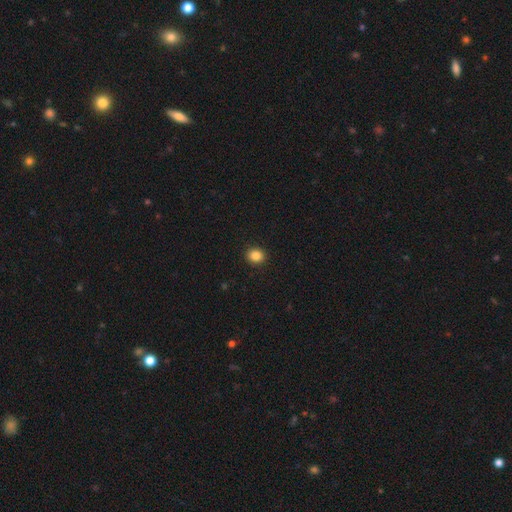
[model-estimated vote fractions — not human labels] smooth-or-featured: smooth: 86% | star or artifact: 10% | featured or disk: 4%
  how-rounded: round: 74% | in between: 25% | cigar-shaped: 1%
  merging: none: 92% | minor disturbance: 5% | major disturbance: 2% | merger: 1%